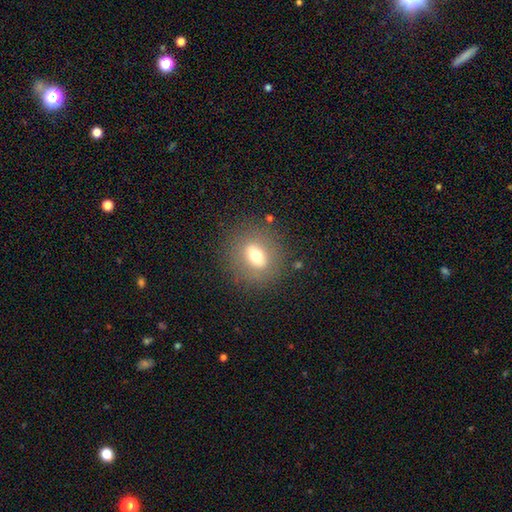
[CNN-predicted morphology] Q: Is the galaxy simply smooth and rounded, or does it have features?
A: smooth — 58%.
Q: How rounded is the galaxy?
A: round — 62%.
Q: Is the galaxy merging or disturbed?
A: none — 82%.